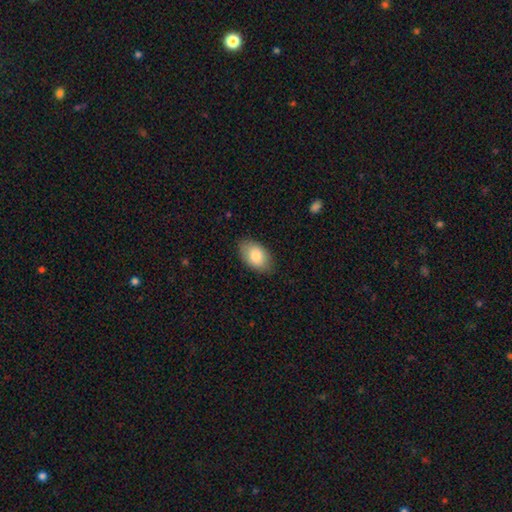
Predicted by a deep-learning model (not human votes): A smooth galaxy with no disk features (84%) that is in between round and cigar-shaped (92%).

Vote fractions:
- Smooth or featured? smooth: 84% / featured or disk: 10% / star or artifact: 6%
- How rounded? in between: 92% / round: 7% / cigar-shaped: 1%
- Merging? none: 84% / minor disturbance: 12% / major disturbance: 2% / merger: 1%